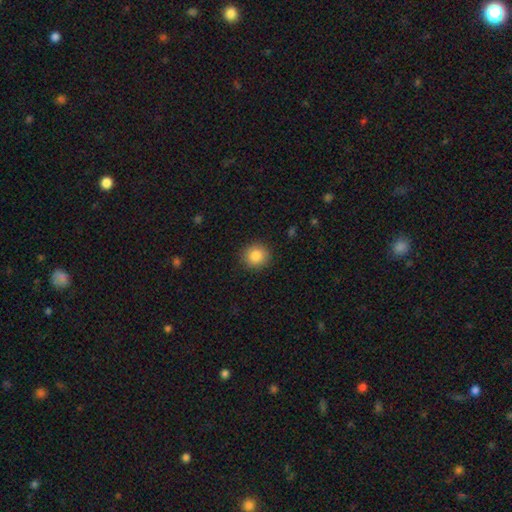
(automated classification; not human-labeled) A smooth galaxy with no disk features (85%) that is round (88%).

Vote fractions:
- Smooth or featured? smooth: 85% / star or artifact: 9% / featured or disk: 6%
- How rounded? round: 88% / in between: 11% / cigar-shaped: 1%
- Merging? none: 90% / minor disturbance: 7% / major disturbance: 2% / merger: 1%